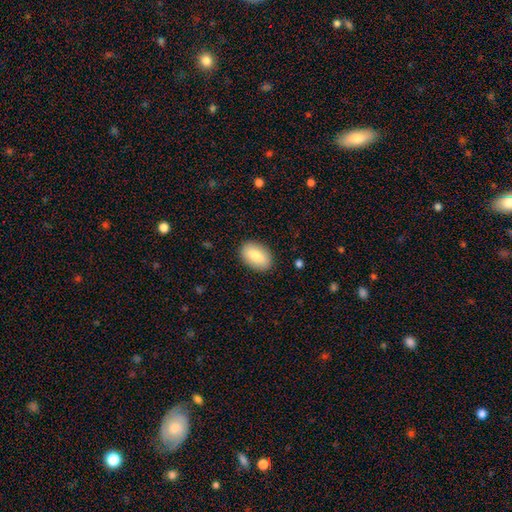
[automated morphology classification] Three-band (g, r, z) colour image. It shows a smooth galaxy with no disk features (81%) that is in between round and cigar-shaped (89%). Merging: none (88%).